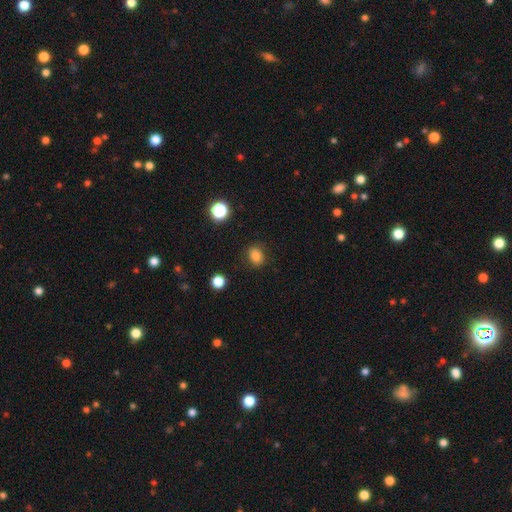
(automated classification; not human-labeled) Smooth or featured?
  - smooth: 83% *
  - star or artifact: 12%
  - featured or disk: 4%
How rounded?
  - round: 54% *
  - in between: 45%
  - cigar-shaped: 1%
Merging?
  - none: 86% *
  - minor disturbance: 10%
  - major disturbance: 3%
  - merger: 1%